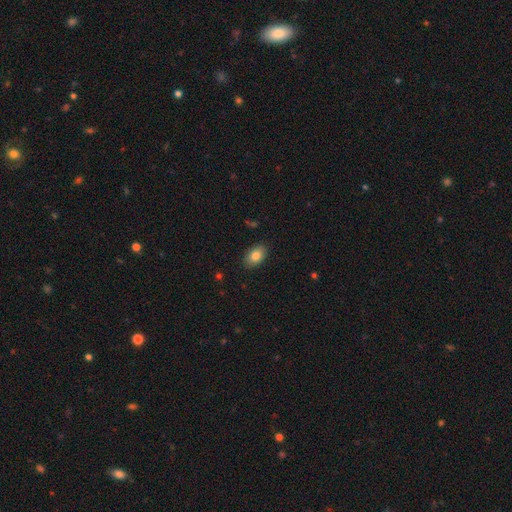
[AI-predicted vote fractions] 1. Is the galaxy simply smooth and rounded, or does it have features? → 82% smooth, 9% featured or disk, 8% star or artifact.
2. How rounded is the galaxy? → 87% in between, 11% round, 1% cigar-shaped.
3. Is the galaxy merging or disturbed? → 88% none, 9% minor disturbance, 2% major disturbance, 1% merger.